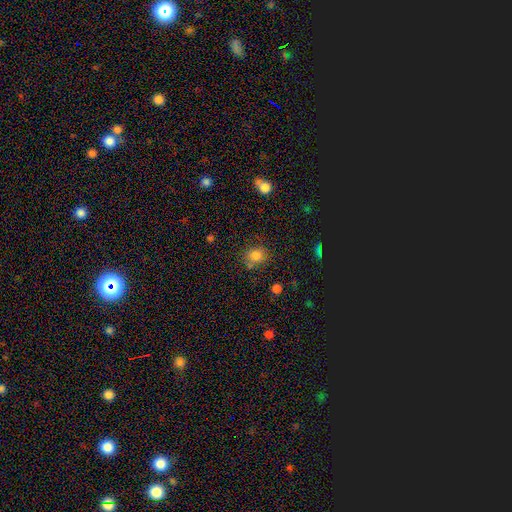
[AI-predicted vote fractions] The model was most divided on "how rounded": round: 70%, in between: 29%, cigar-shaped: 1%. More confident: smooth or featured — smooth (82%); merging — none (71%).